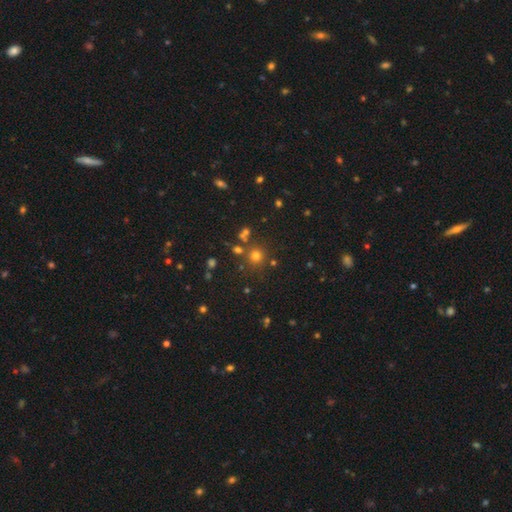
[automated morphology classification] Smooth or featured?
  - smooth: 70% *
  - star or artifact: 22%
  - featured or disk: 7%
How rounded?
  - round: 92% *
  - in between: 7%
  - cigar-shaped: 1%
Merging?
  - none: 78% *
  - merger: 10%
  - minor disturbance: 9%
  - major disturbance: 4%